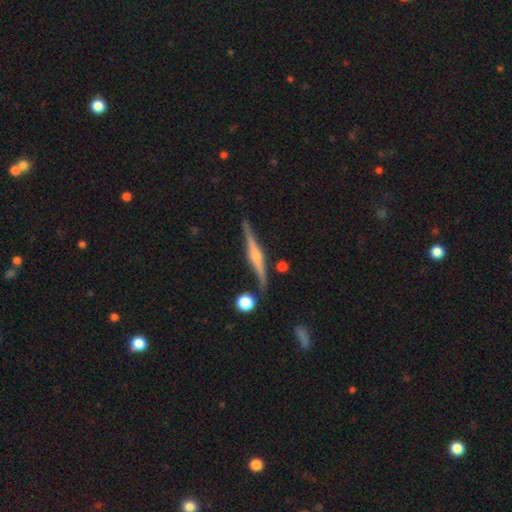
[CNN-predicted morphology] Smooth or featured: featured or disk — 81% (smooth — 13%)
Edge-on disk: yes — 98% (no — 2%)
Edge-on bulge: rounded — 80% (boxy — 13%)
Merging: none — 84% (minor disturbance — 10%)